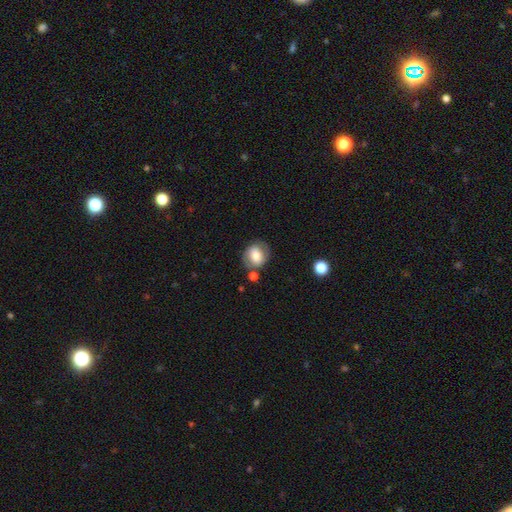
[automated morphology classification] smooth 64%, featured or disk 27%, star or artifact 8%. Down the decision tree: how rounded — round (62%); merging — none (69%).